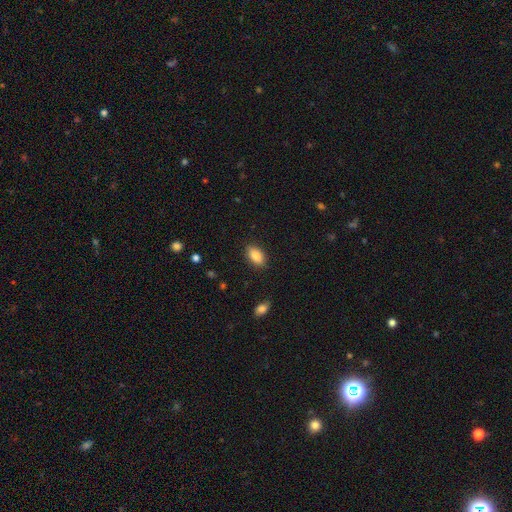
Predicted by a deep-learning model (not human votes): The model was most divided on "merging": none: 87%, minor disturbance: 10%, major disturbance: 3%, merger: 1%. More confident: how rounded — in between (90%); smooth or featured — smooth (86%).